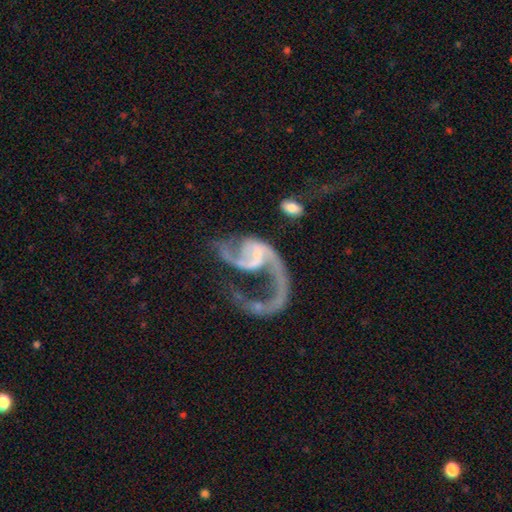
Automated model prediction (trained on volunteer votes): featured or disk 90%, star or artifact 5%, smooth 5%. Down the decision tree: edge-on disk — no (98%); bar — weak (44%); spiral arms — yes (94%); spiral arm count — 2 (76%); spiral winding — loose (73%); bulge size — small (42%); merging — major disturbance (42%).